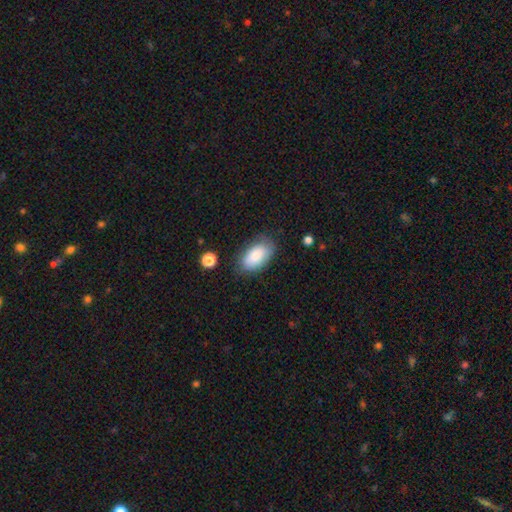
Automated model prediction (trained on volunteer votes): smooth_or_featured: smooth (p=0.81) [alt: featured or disk p=0.12]
how_rounded: in between (p=0.93) [alt: round p=0.05]
merging: none (p=0.74) [alt: minor disturbance p=0.19]